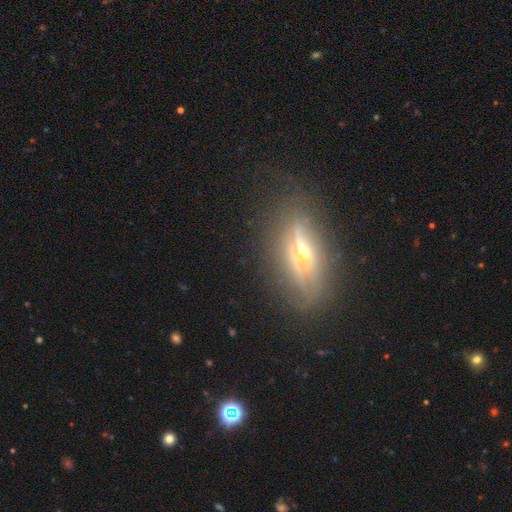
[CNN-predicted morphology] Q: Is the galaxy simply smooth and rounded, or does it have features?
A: featured or disk — 48%.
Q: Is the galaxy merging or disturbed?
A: none — 78%.